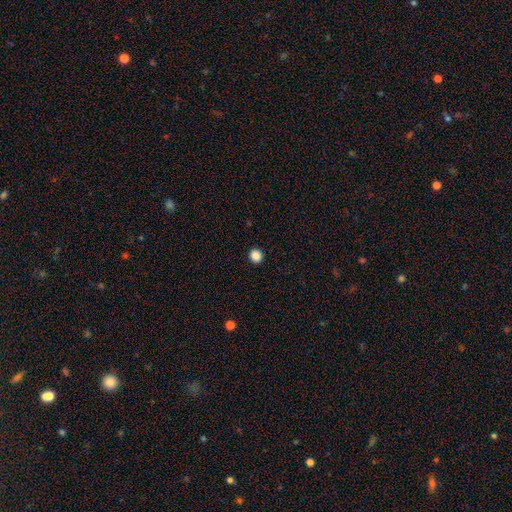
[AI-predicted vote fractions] smooth-or-featured: smooth: 87% | star or artifact: 10% | featured or disk: 2%
  how-rounded: round: 91% | in between: 8% | cigar-shaped: 1%
  merging: none: 93% | minor disturbance: 4% | major disturbance: 2% | merger: 1%